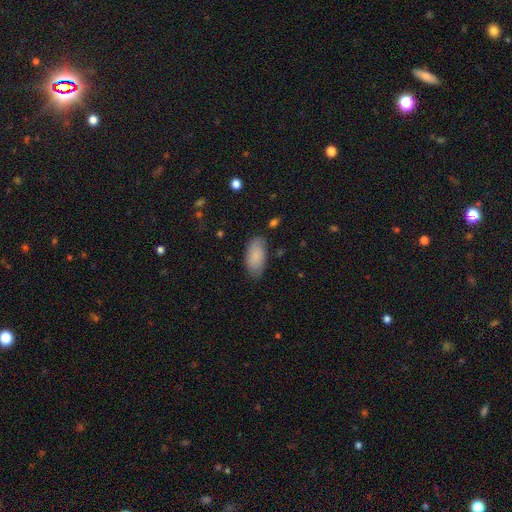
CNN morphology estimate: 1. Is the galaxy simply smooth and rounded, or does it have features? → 83% smooth, 11% featured or disk, 6% star or artifact.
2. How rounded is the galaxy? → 93% in between, 5% cigar-shaped, 2% round.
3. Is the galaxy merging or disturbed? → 77% none, 18% minor disturbance, 4% major disturbance, 2% merger.